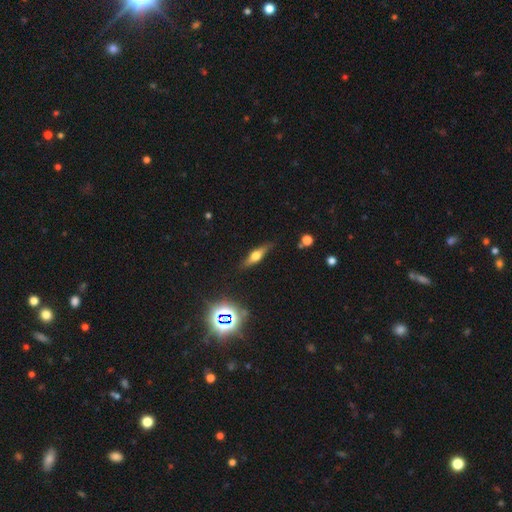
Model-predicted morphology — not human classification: Smooth or featured? featured or disk (54%)
Edge-on disk? yes (91%)
Merging? none (83%)